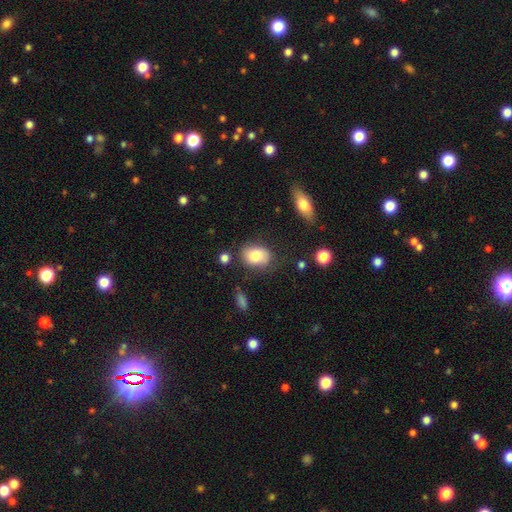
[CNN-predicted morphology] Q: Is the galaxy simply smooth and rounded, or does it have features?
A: smooth — 82%.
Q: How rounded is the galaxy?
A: in between — 75%.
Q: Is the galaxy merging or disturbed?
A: none — 68%.